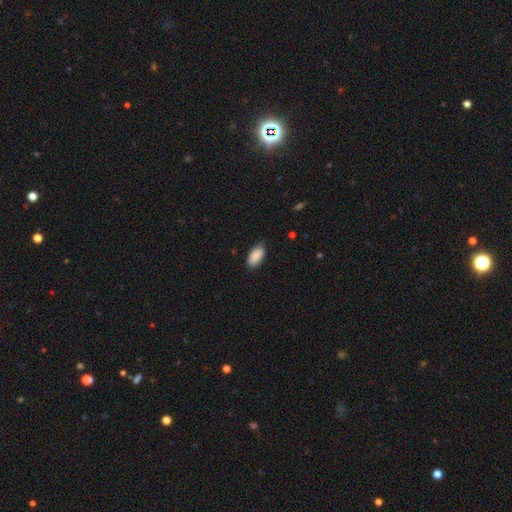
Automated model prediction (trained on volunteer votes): Q: Smooth or featured?
A: smooth (90%); runner-up: star or artifact (6%)
Q: How rounded?
A: in between (94%); runner-up: cigar-shaped (4%)
Q: Merging?
A: none (80%); runner-up: minor disturbance (16%)